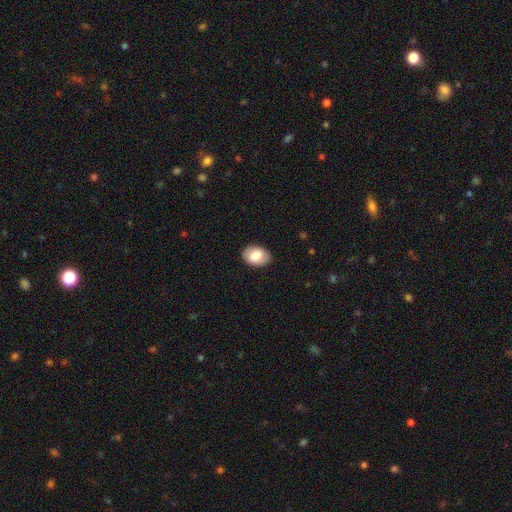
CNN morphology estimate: type=smooth (79%); roundness=in between (83%); merging=none (86%).